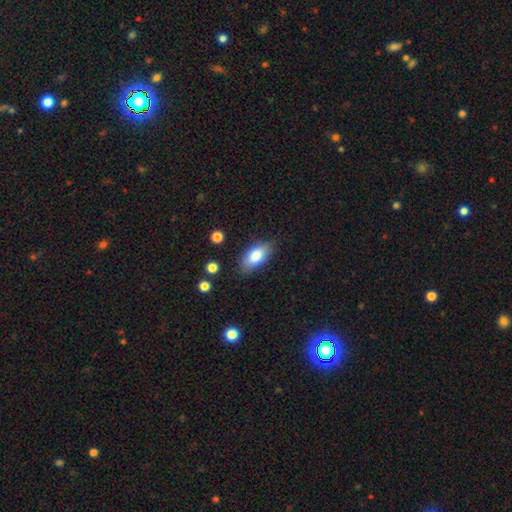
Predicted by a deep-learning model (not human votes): smooth-or-featured: smooth: 81% | featured or disk: 12% | star or artifact: 7%
  how-rounded: in between: 89% | cigar-shaped: 8% | round: 3%
  merging: none: 81% | minor disturbance: 14% | major disturbance: 3% | merger: 2%